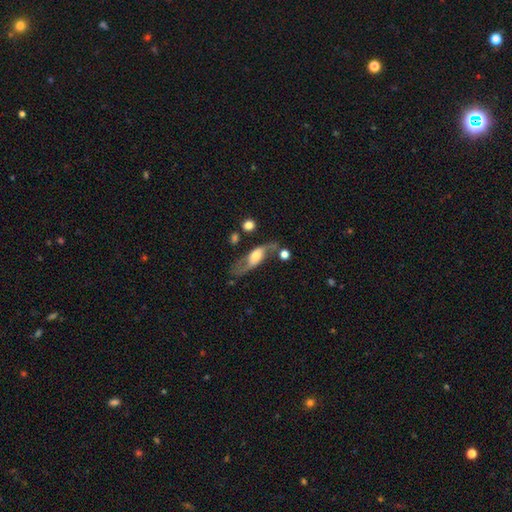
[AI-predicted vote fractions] Smooth or featured? featured or disk (64%)
Edge-on disk? no (79%)
Bar? no (55%)
Spiral arms? yes (79%)
Bulge size? moderate (51%)
Merging? none (55%)